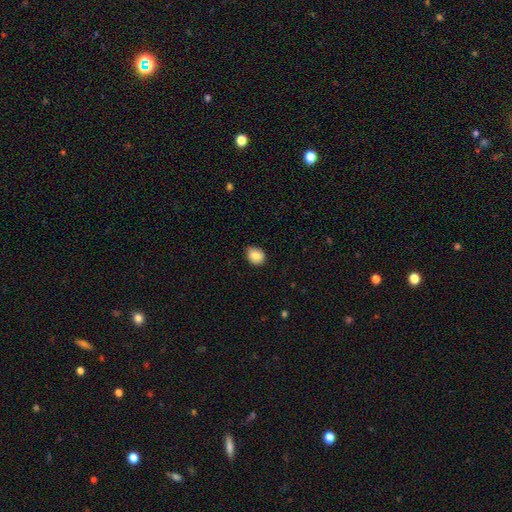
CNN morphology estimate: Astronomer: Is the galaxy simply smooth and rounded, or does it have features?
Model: smooth — 86%.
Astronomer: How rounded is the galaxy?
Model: round — 51% (runner-up: in between, 49%).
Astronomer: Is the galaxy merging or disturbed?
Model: none — 80%.